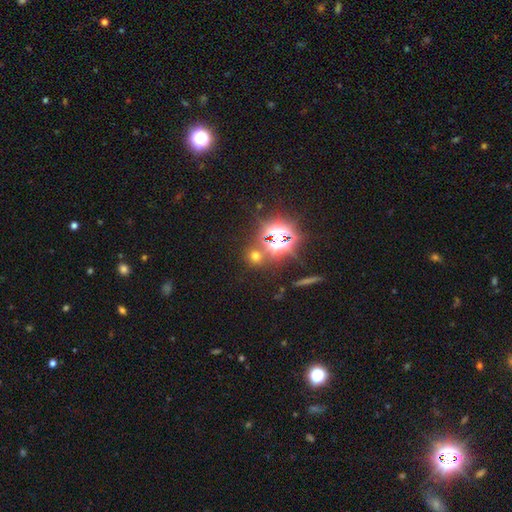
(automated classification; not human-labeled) The model was most divided on "smooth or featured": star or artifact: 46%, smooth: 45%, featured or disk: 8%.